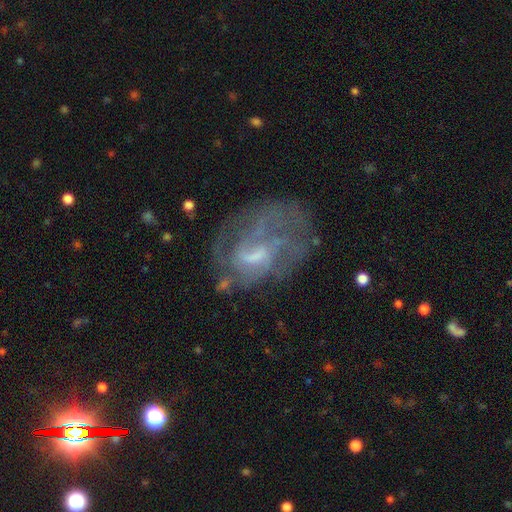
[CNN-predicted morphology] This appears to be a featured or disk galaxy (73%) with a weak bar (51%), spiral arms (69%) and a small central bulge (36%). Merging: none (44%).